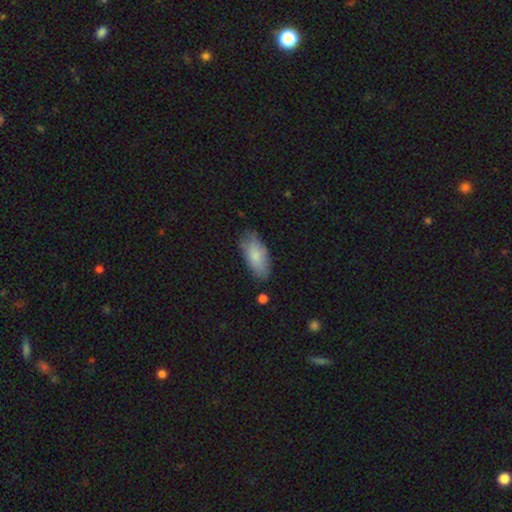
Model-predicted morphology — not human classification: smooth 81%, featured or disk 13%, star or artifact 6%. Down the decision tree: how rounded — in between (87%); merging — none (74%).